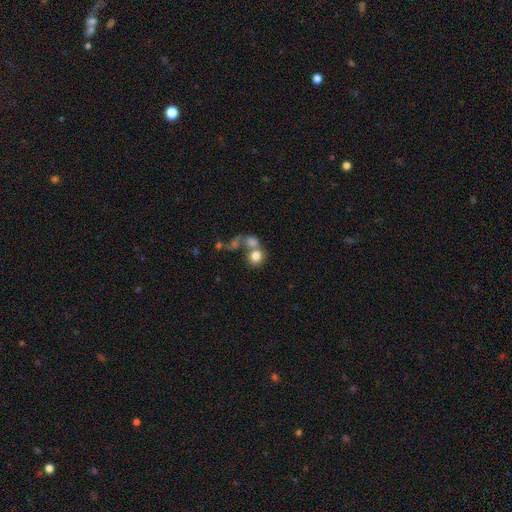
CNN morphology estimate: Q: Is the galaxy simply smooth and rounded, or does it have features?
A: smooth — 75%.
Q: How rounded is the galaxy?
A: round — 73%.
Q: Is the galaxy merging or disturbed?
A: merger — 47%.